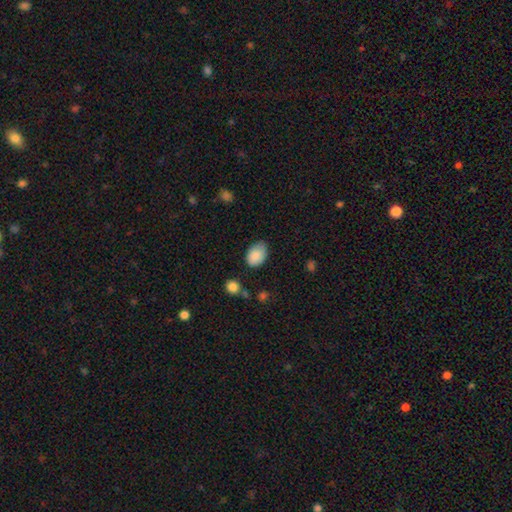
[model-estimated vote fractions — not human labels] Morphology: type=smooth (88%); roundness=in between (81%); merging=none (66%).